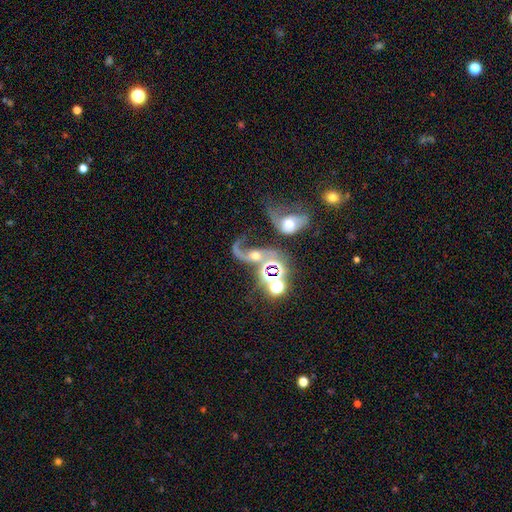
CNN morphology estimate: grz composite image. It shows a featured or disk galaxy (63%) with no bar (64%), spiral arms (81%) and a moderate central bulge (56%). Merging: merger (48%).